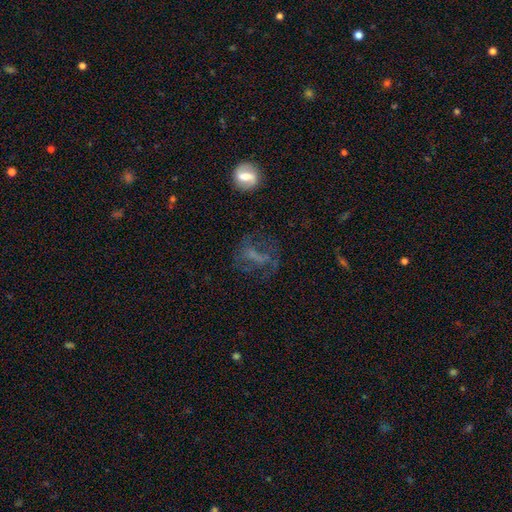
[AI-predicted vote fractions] A featured or disk galaxy (49%).

Vote fractions:
- Smooth or featured? featured or disk: 49% / smooth: 28% / star or artifact: 23%
- Merging? none: 53% / major disturbance: 27% / minor disturbance: 17% / merger: 3%